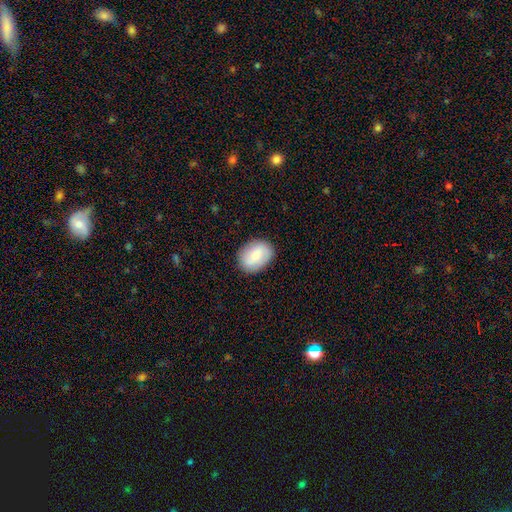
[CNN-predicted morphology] Smooth or featured? Predicted: smooth (p=0.77). How rounded? Predicted: in between (p=0.68). Merging? Predicted: none (p=0.86).